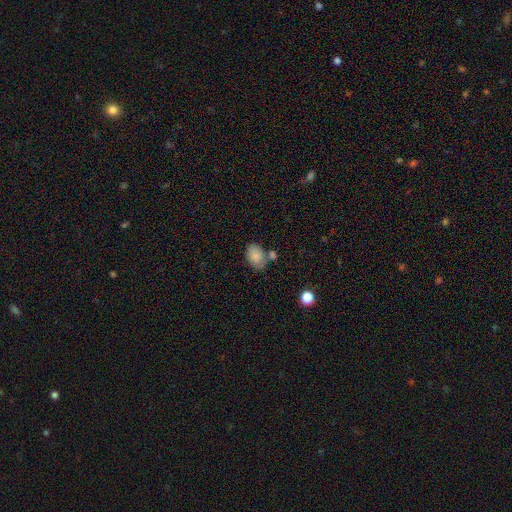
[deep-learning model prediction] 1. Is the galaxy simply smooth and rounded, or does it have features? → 84% smooth, 8% star or artifact, 8% featured or disk.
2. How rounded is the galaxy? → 83% in between, 16% round, 1% cigar-shaped.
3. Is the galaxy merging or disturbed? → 55% none, 20% minor disturbance, 19% merger, 6% major disturbance.